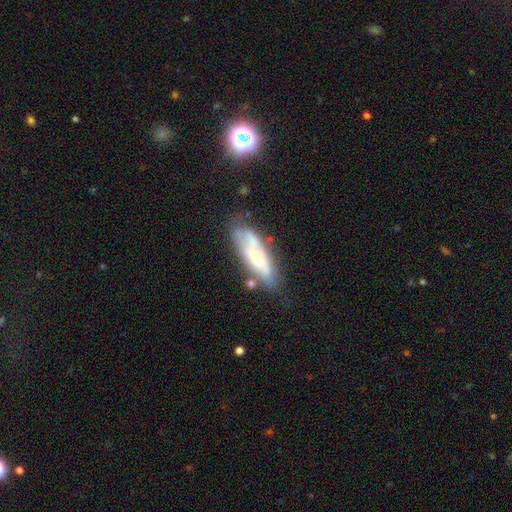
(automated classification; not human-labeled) This appears to be a featured or disk galaxy (54%). Merging: none (58%).